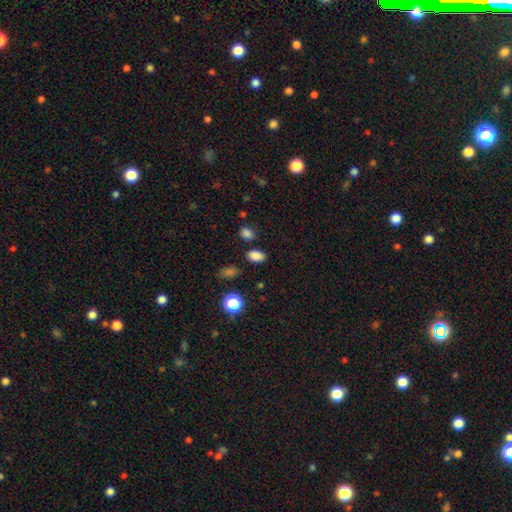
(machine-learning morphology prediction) Smooth or featured?
  - smooth: 84% *
  - star or artifact: 12%
  - featured or disk: 4%
How rounded?
  - in between: 85% *
  - round: 14%
  - cigar-shaped: 1%
Merging?
  - none: 83% *
  - minor disturbance: 10%
  - merger: 4%
  - major disturbance: 3%